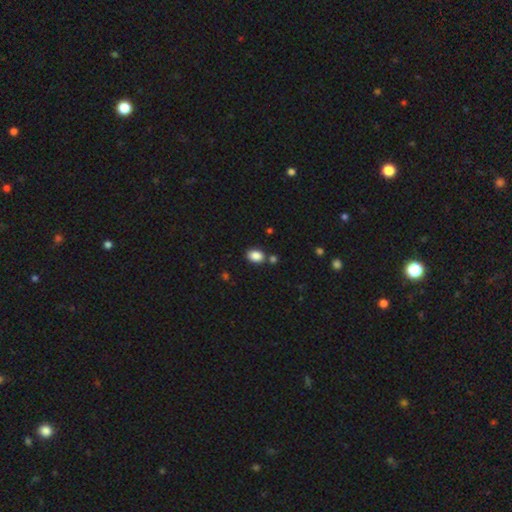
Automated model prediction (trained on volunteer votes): A smooth galaxy with no disk features (87%) that is in between round and cigar-shaped (78%). Merging: none (76%).